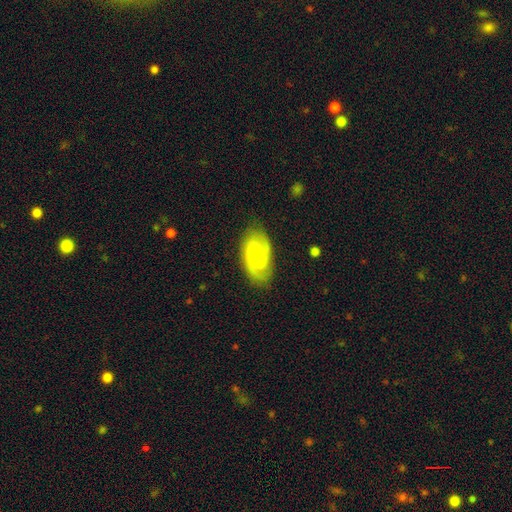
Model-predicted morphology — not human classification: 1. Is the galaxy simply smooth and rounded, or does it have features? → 74% featured or disk, 20% smooth, 6% star or artifact.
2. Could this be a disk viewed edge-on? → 96% no, 4% yes.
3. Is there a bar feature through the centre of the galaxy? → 52% no, 41% weak, 6% strong.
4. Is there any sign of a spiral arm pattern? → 95% yes, 5% no.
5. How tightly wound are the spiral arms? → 48% tight, 42% medium, 10% loose.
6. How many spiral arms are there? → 60% 2, 16% can't tell, 15% 3, 5% 1, 3% 4, 2% more than 4.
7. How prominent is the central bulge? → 50% small, 43% moderate, 4% none, 3% large, 1% dominant.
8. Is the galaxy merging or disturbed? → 77% none, 17% minor disturbance, 5% major disturbance, 1% merger.